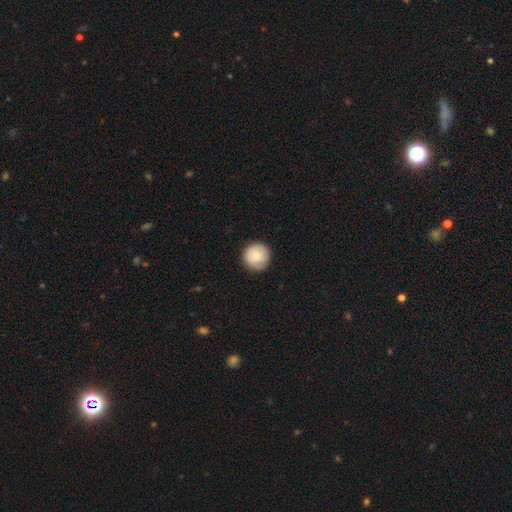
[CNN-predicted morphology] Smooth or featured?
  - smooth: 80% *
  - featured or disk: 13%
  - star or artifact: 7%
How rounded?
  - round: 96% *
  - in between: 3%
  - cigar-shaped: 1%
Merging?
  - none: 87% *
  - minor disturbance: 10%
  - major disturbance: 2%
  - merger: 1%